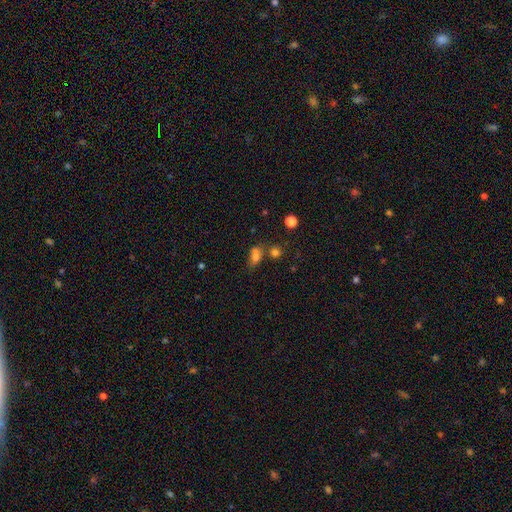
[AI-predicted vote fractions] Q: Smooth or featured?
A: smooth (72%); runner-up: star or artifact (16%)
Q: How rounded?
A: in between (73%); runner-up: round (21%)
Q: Merging?
A: none (41%); runner-up: merger (27%)